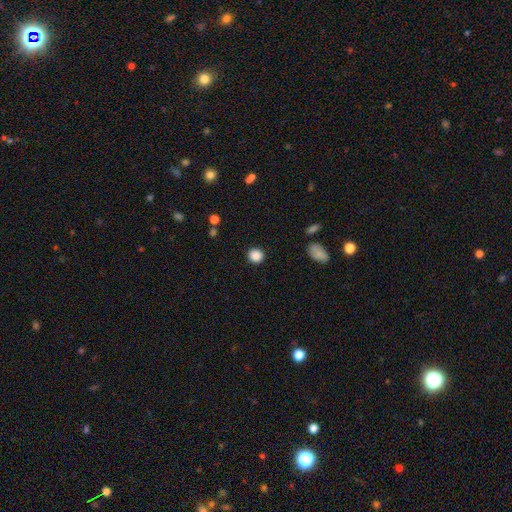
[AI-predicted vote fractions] The model was most divided on "how rounded": round: 86%, in between: 13%, cigar-shaped: 1%. More confident: merging — none (90%); smooth or featured — smooth (87%).